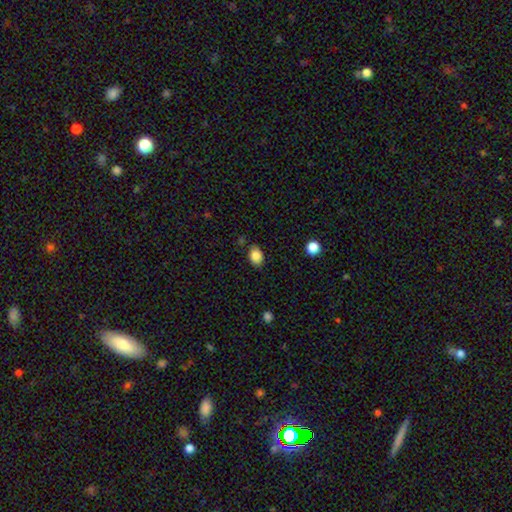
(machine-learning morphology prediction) Overall: smooth (85%). How rounded: in between (74%). Merging: none (81%).